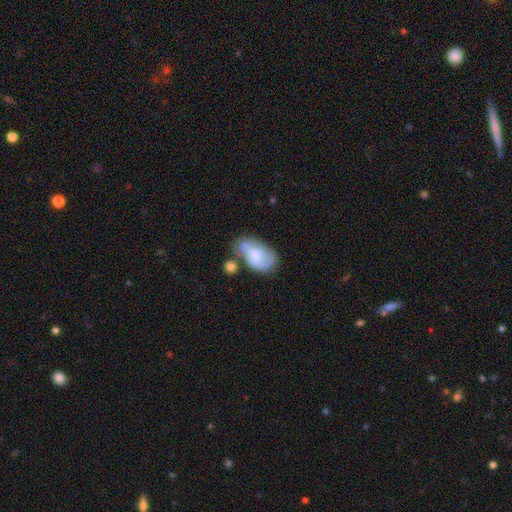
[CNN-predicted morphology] featured or disk 52%, smooth 41%, star or artifact 7%. Down the decision tree: edge-on disk — no (95%); merging — none (41%).